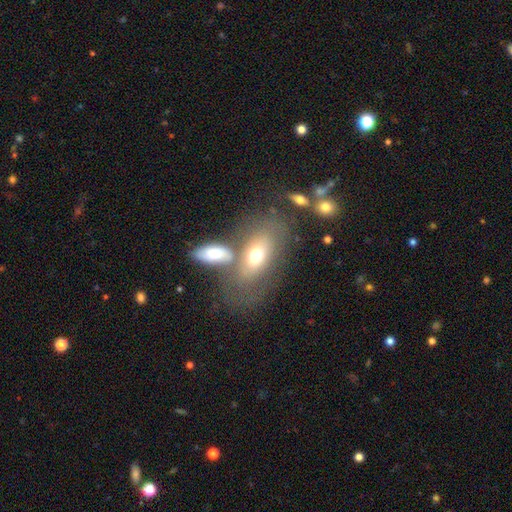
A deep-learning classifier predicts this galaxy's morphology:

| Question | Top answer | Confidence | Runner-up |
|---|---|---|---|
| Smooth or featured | smooth | 60% | featured or disk (30%) |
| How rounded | in between | 85% | round (9%) |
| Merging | none | 41% | merger (34%) |